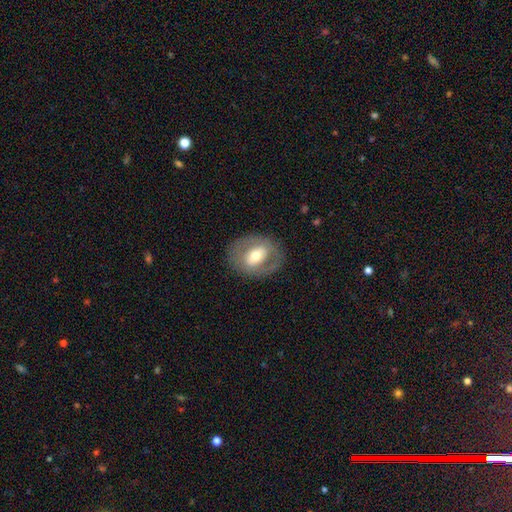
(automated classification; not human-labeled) featured or disk 51%, smooth 42%, star or artifact 7%. Down the decision tree: edge-on disk — no (92%); merging — none (80%).